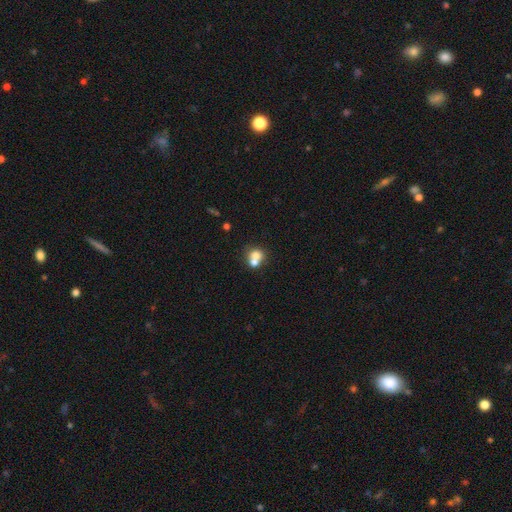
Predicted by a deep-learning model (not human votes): Overall: smooth (70%). How rounded: round (71%). Merging: merger (59%; none 30%).